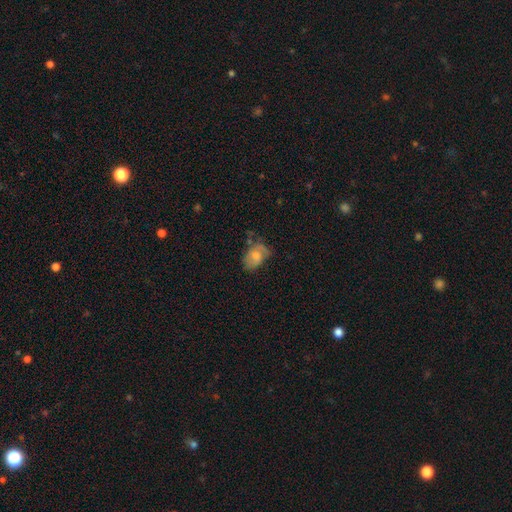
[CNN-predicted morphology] This is possibly a smooth galaxy (53%). How rounded: clearly in between (82%). Merging: marginally none (39%).